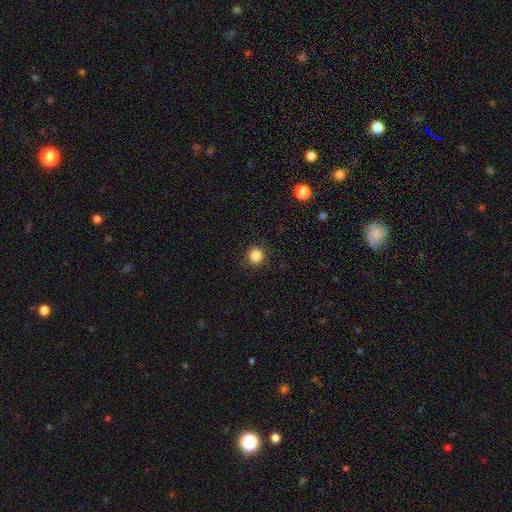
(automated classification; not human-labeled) smooth 86%, star or artifact 11%, featured or disk 3%. Down the decision tree: how rounded — round (93%); merging — none (90%).